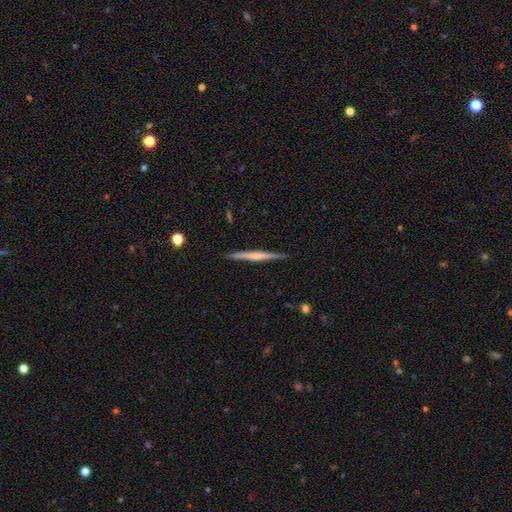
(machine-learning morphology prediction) featured or disk 62%, smooth 32%, star or artifact 6%. Down the decision tree: edge-on disk — yes (98%); edge-on bulge — none (44%); merging — none (90%).